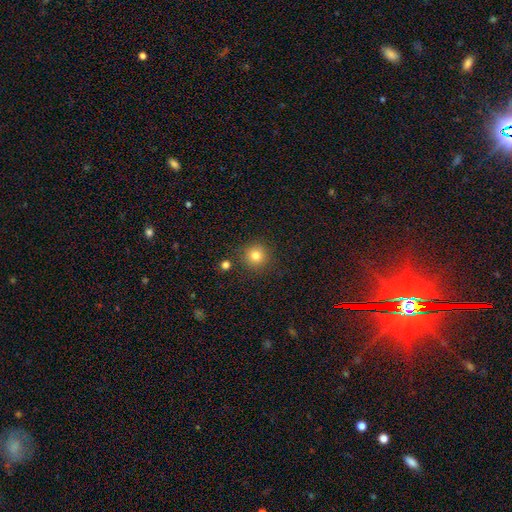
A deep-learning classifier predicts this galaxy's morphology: smooth-or-featured: smooth: 81% | star or artifact: 13% | featured or disk: 6%
  how-rounded: round: 94% | in between: 5% | cigar-shaped: 1%
  merging: none: 87% | minor disturbance: 7% | merger: 4% | major disturbance: 2%